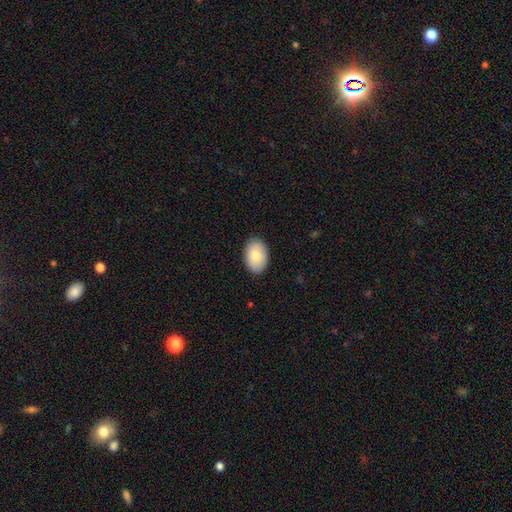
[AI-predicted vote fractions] smooth_or_featured: smooth (p=0.81) [alt: featured or disk p=0.13]
how_rounded: in between (p=0.88) [alt: round p=0.11]
merging: none (p=0.88) [alt: minor disturbance p=0.10]